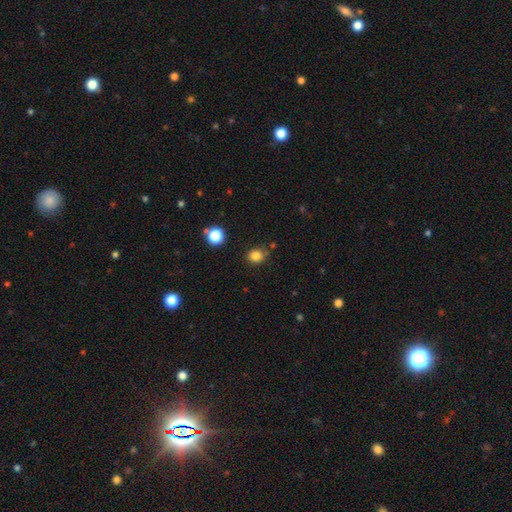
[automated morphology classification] smooth-or-featured: smooth: 83% | star or artifact: 13% | featured or disk: 5%
  how-rounded: round: 73% | in between: 26% | cigar-shaped: 1%
  merging: none: 77% | minor disturbance: 14% | merger: 5% | major disturbance: 3%